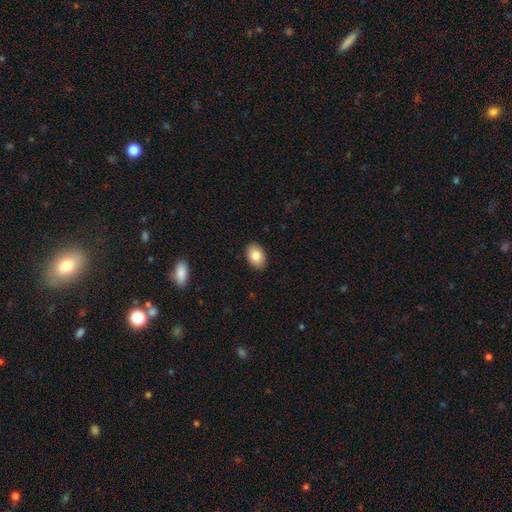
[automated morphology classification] Q: Smooth or featured?
A: smooth (84%); runner-up: featured or disk (9%)
Q: How rounded?
A: in between (87%); runner-up: round (12%)
Q: Merging?
A: none (89%); runner-up: minor disturbance (8%)